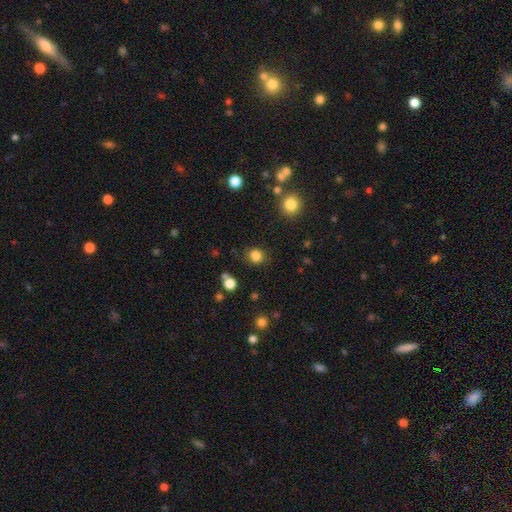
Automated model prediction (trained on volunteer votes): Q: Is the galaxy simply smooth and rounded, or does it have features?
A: smooth — 83%.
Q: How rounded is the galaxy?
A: round — 83%.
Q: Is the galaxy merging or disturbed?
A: none — 85%.